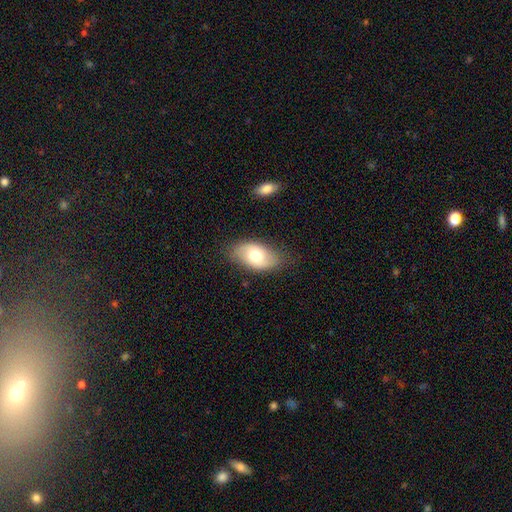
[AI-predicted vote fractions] smooth 66%, featured or disk 27%, star or artifact 7%. Down the decision tree: how rounded — in between (92%); merging — none (77%).